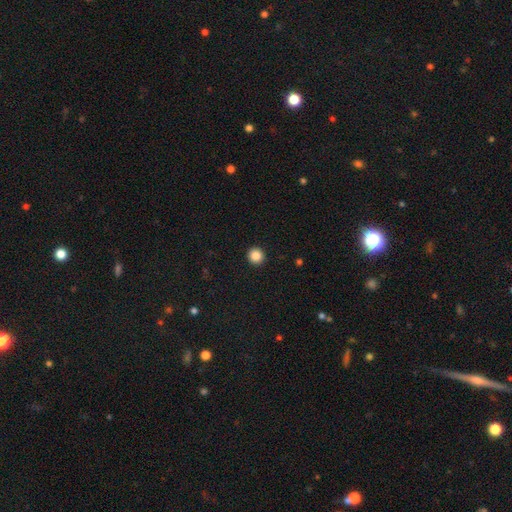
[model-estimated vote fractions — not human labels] smooth_or_featured: smooth (p=0.87) [alt: star or artifact p=0.10]
how_rounded: round (p=0.95) [alt: in between p=0.04]
merging: none (p=0.94) [alt: minor disturbance p=0.04]